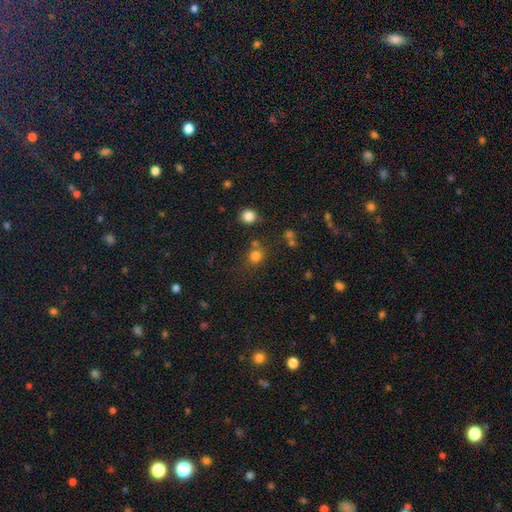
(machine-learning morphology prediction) Q: Smooth or featured?
A: smooth (78%); runner-up: star or artifact (16%)
Q: How rounded?
A: round (84%); runner-up: in between (15%)
Q: Merging?
A: none (71%); runner-up: merger (14%)